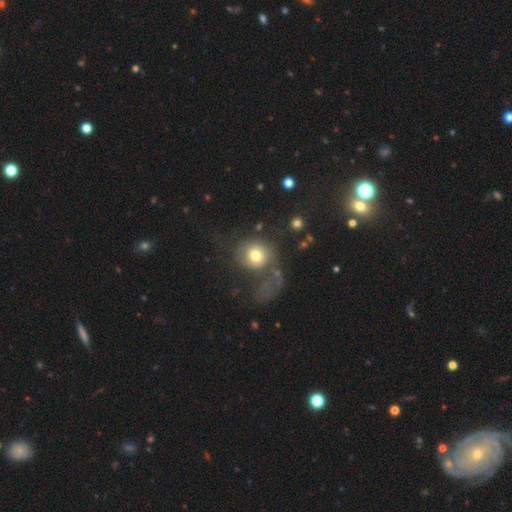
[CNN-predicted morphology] Smooth or featured?
  - smooth: 68% *
  - featured or disk: 23%
  - star or artifact: 10%
How rounded?
  - round: 80% *
  - in between: 19%
  - cigar-shaped: 1%
Merging?
  - major disturbance: 47% *
  - none: 30%
  - minor disturbance: 16%
  - merger: 7%